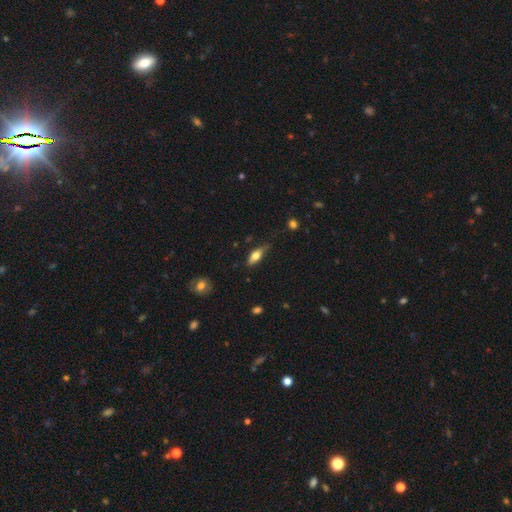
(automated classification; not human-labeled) Q: Smooth or featured?
A: smooth (67%); runner-up: featured or disk (26%)
Q: How rounded?
A: in between (71%); runner-up: cigar-shaped (26%)
Q: Merging?
A: none (65%); runner-up: minor disturbance (27%)